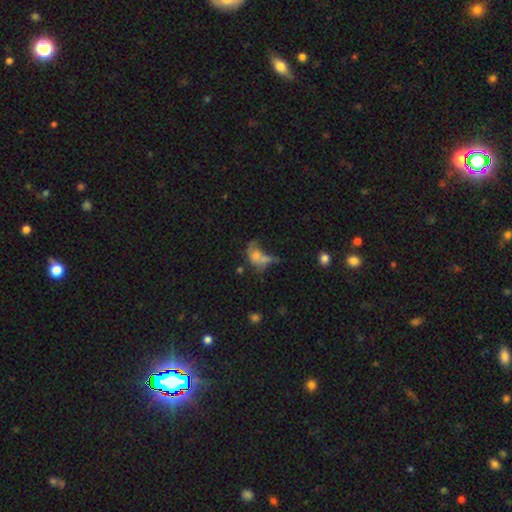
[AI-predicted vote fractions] smooth_or_featured: smooth (p=0.43) [alt: featured or disk p=0.29]
merging: none (p=0.29) [alt: merger p=0.28]